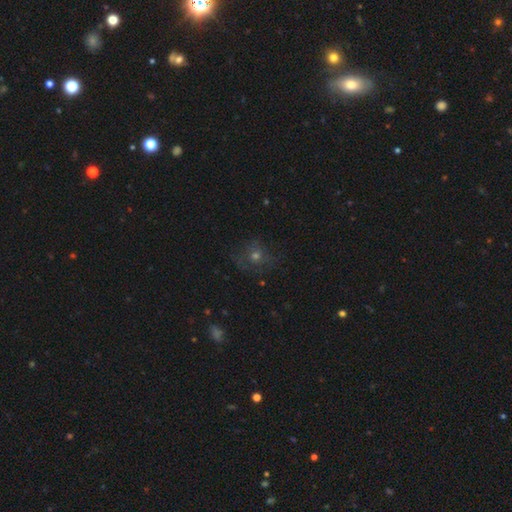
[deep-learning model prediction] This is marginally a smooth galaxy (41%). Merging: likely none (71%).